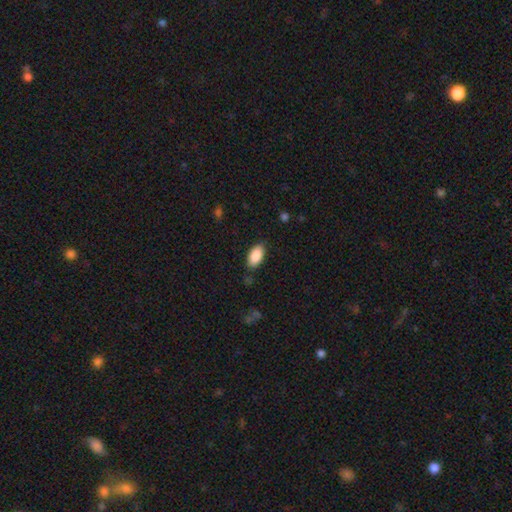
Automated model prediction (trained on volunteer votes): Morphology: type=smooth (89%); roundness=in between (94%); merging=none (83%).